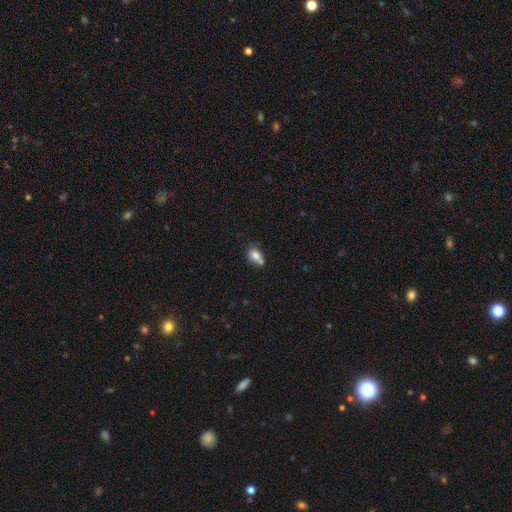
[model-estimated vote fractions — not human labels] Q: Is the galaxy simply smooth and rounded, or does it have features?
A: smooth — 78%.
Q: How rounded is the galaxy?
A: in between — 69%.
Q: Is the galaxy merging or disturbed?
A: none — 41%.